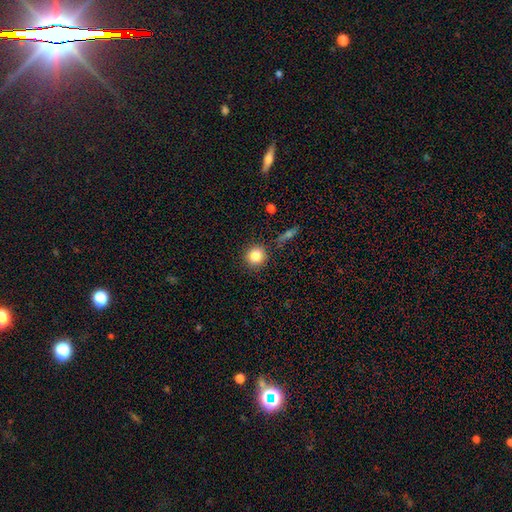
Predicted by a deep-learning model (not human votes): A smooth galaxy with no disk features (84%) that is round (91%). Merging: none (88%).